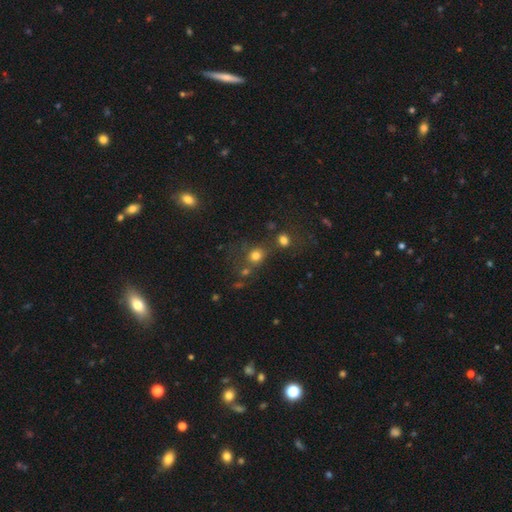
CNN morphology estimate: The model was most divided on "merging": none: 60%, merger: 21%, minor disturbance: 12%, major disturbance: 7%. More confident: how rounded — round (79%); smooth or featured — smooth (73%).